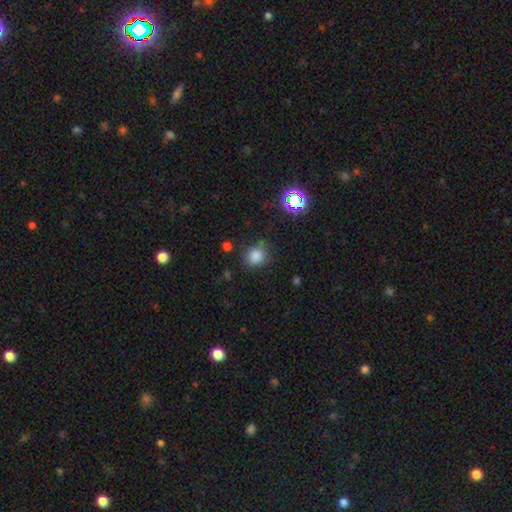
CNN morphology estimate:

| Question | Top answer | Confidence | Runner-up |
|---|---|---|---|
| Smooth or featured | smooth | 81% | star or artifact (15%) |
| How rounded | round | 78% | in between (21%) |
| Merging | none | 79% | minor disturbance (14%) |